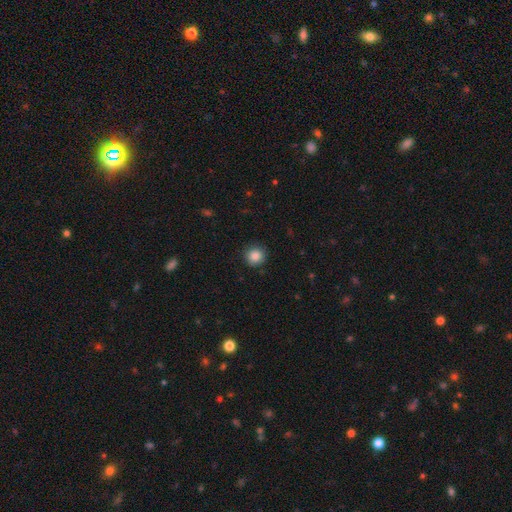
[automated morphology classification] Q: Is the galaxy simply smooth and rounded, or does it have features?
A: smooth — 87%.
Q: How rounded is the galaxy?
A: round — 92%.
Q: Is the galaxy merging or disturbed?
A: none — 90%.